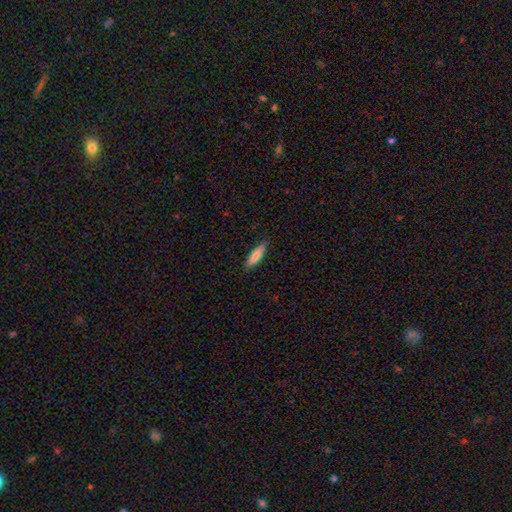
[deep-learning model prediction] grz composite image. It shows a smooth galaxy with no disk features (82%) that is cigar-shaped (66%). Merging: none (84%).